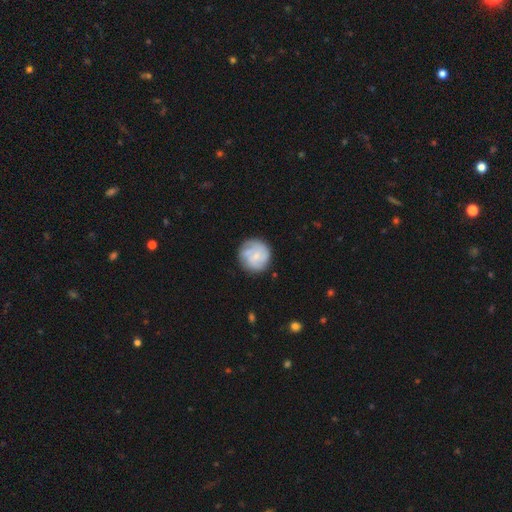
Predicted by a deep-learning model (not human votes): smooth_or_featured: featured or disk (p=0.47) [tied with: smooth p=0.47]
merging: none (p=0.76) [alt: minor disturbance p=0.16]